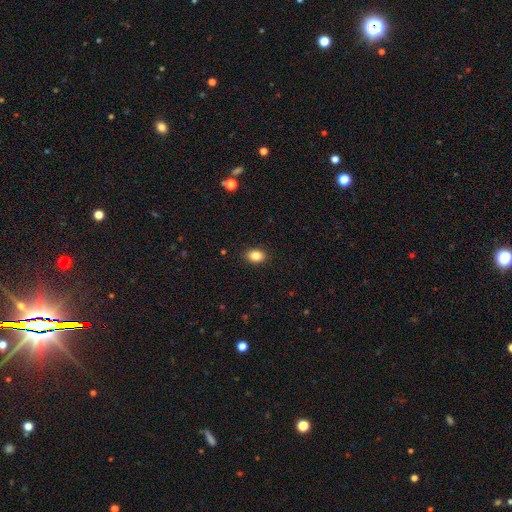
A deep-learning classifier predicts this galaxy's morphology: A smooth galaxy with no disk features (86%) that is in between round and cigar-shaped (78%).

Vote fractions:
- Smooth or featured? smooth: 86% / star or artifact: 9% / featured or disk: 5%
- How rounded? in between: 78% / round: 21% / cigar-shaped: 1%
- Merging? none: 89% / minor disturbance: 8% / major disturbance: 2% / merger: 1%